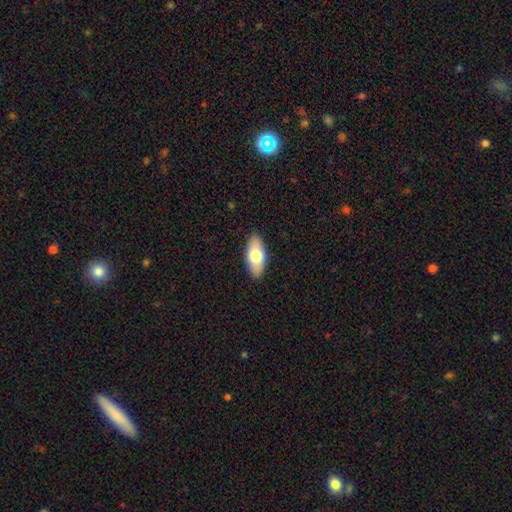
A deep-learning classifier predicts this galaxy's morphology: Smooth or featured?
  - smooth: 70% *
  - featured or disk: 24%
  - star or artifact: 6%
How rounded?
  - in between: 89% *
  - cigar-shaped: 9%
  - round: 3%
Merging?
  - none: 88% *
  - minor disturbance: 9%
  - major disturbance: 2%
  - merger: 1%